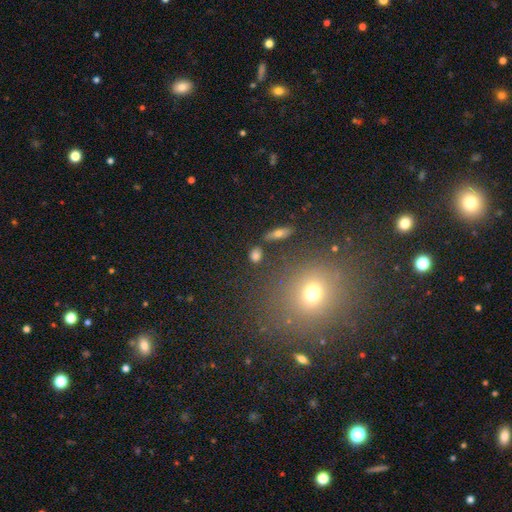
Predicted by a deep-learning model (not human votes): This appears to be a smooth galaxy with no disk features (77%) that is round (52%). Merging: none (79%).